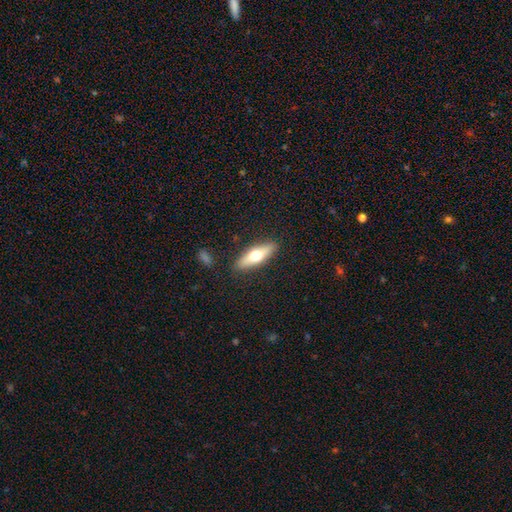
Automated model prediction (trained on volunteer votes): The model was most divided on "how rounded": cigar-shaped: 51%, in between: 46%, round: 3%. More confident: merging — none (88%); smooth or featured — smooth (54%).